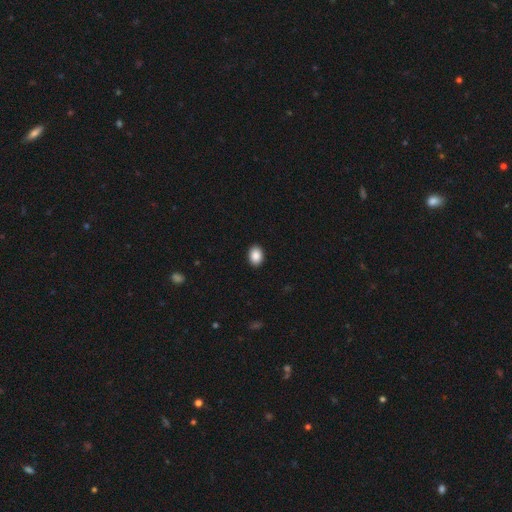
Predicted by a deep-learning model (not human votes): Smooth or featured?
  - smooth: 89% *
  - star or artifact: 8%
  - featured or disk: 3%
How rounded?
  - in between: 73% *
  - round: 26%
  - cigar-shaped: 1%
Merging?
  - none: 91% *
  - minor disturbance: 6%
  - major disturbance: 2%
  - merger: 1%